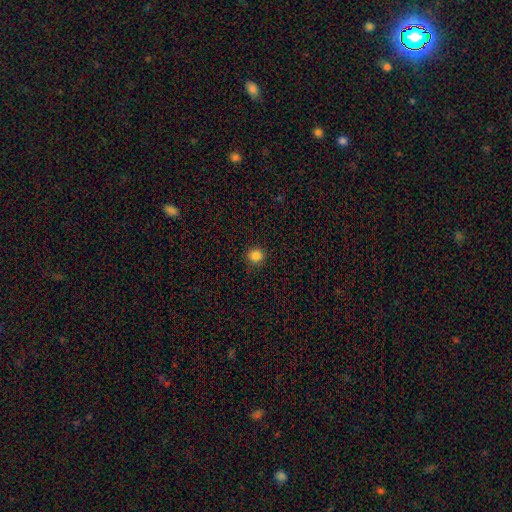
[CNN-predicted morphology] Q: Smooth or featured?
A: smooth (85%); runner-up: star or artifact (12%)
Q: How rounded?
A: round (83%); runner-up: in between (16%)
Q: Merging?
A: none (88%); runner-up: minor disturbance (8%)